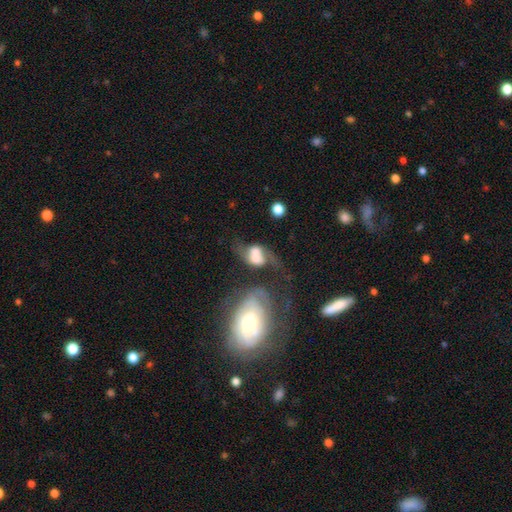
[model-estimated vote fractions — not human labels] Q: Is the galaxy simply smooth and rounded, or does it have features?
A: smooth — 45%.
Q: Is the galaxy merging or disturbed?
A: merger — 56%.